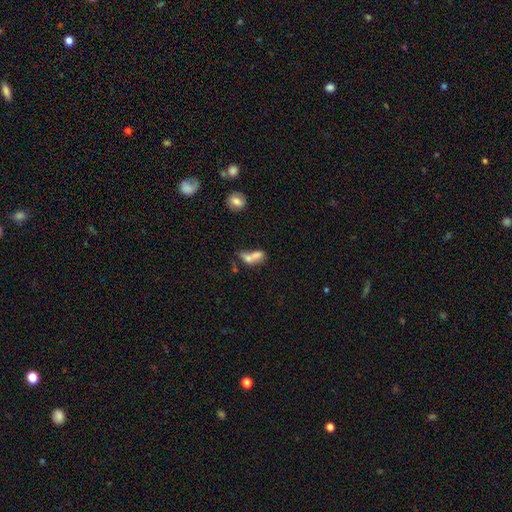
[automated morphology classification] This is likely a smooth galaxy (69%). How rounded: likely in between (71%). Merging: likely merger (68%).